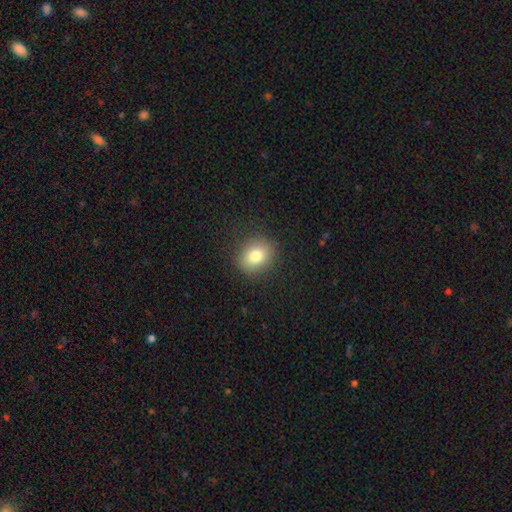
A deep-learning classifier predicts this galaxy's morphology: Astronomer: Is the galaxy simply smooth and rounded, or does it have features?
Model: smooth — 80%.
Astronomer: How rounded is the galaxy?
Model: round — 64%.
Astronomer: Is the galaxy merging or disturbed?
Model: none — 88%.